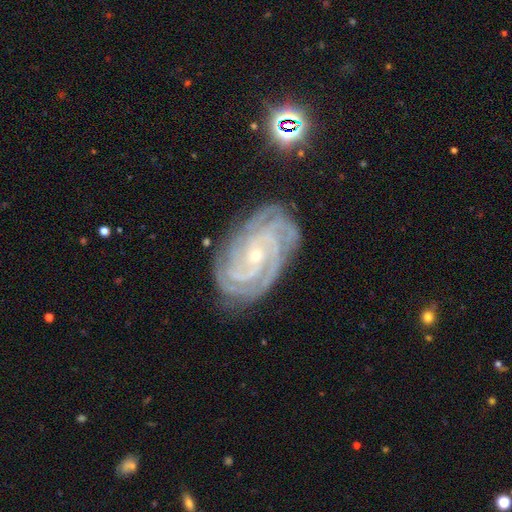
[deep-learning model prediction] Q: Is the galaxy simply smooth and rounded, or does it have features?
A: featured or disk — 91%.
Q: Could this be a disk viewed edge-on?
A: no — 97%.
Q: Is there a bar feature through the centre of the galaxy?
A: no — 64%.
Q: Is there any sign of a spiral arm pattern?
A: yes — 99%.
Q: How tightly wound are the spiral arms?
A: tight — 80%.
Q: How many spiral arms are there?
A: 4 — 32%.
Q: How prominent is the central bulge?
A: small — 76%.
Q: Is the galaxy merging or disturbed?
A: none — 80%.